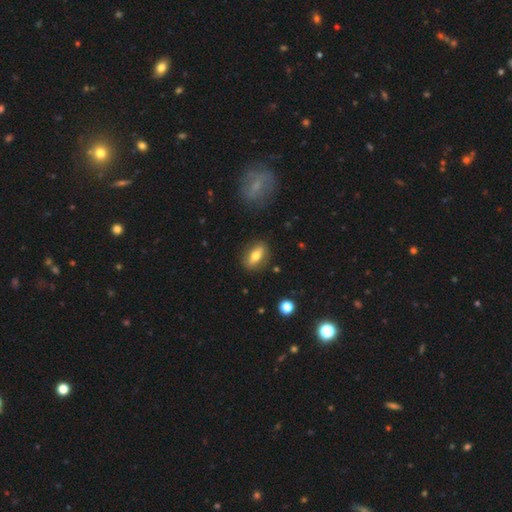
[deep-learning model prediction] Smooth or featured? Predicted: smooth (p=0.58). How rounded? Predicted: in between (p=0.73). Merging? Predicted: none (p=0.84).